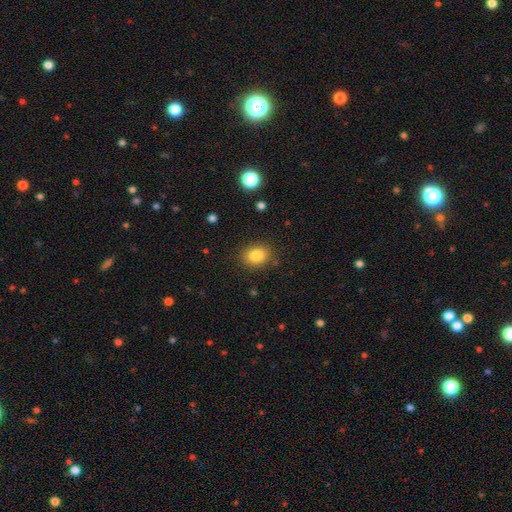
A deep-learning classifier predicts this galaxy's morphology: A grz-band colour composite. It shows a smooth galaxy with no disk features (83%) that is in between round and cigar-shaped (52%). Merging: none (86%).